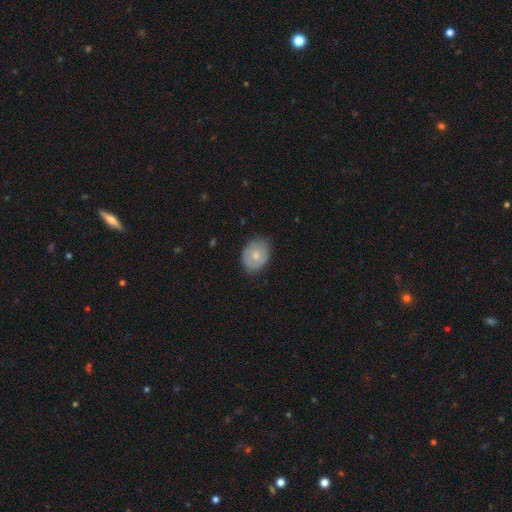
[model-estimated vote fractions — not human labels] Smooth or featured?
  - smooth: 63% *
  - featured or disk: 31%
  - star or artifact: 7%
How rounded?
  - in between: 53% *
  - round: 46%
  - cigar-shaped: 1%
Merging?
  - none: 78% *
  - minor disturbance: 17%
  - major disturbance: 4%
  - merger: 1%